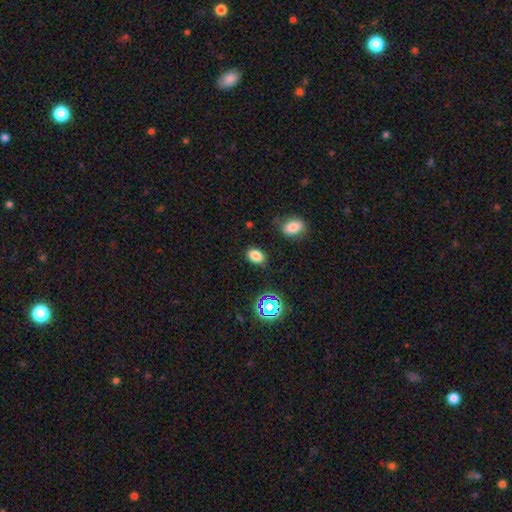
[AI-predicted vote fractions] smooth_or_featured: smooth (p=0.78) [alt: star or artifact p=0.16]
how_rounded: in between (p=0.81) [alt: round p=0.18]
merging: none (p=0.82) [alt: minor disturbance p=0.12]